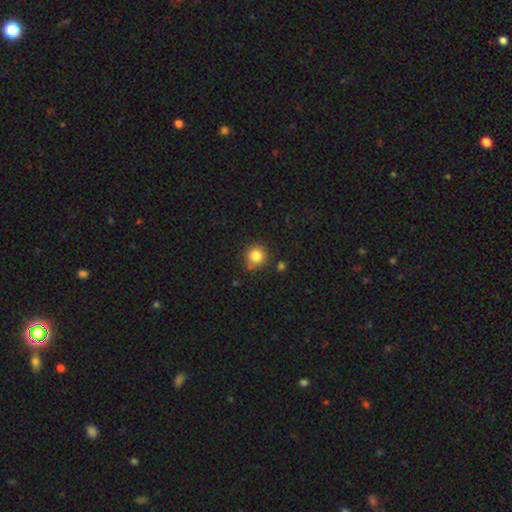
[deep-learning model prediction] smooth 83%, star or artifact 11%, featured or disk 5%. Down the decision tree: how rounded — round (88%); merging — none (76%).